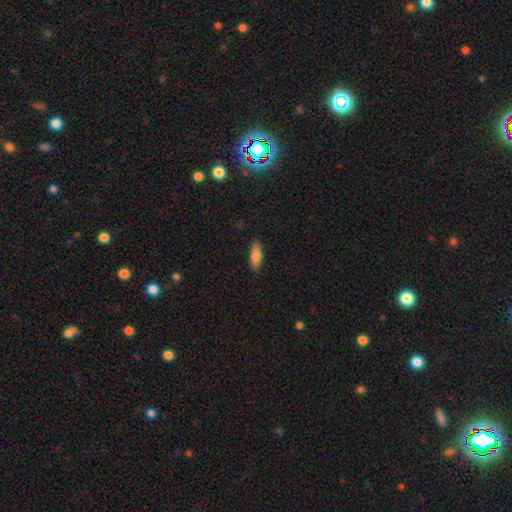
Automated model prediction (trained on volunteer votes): Smooth or featured? Predicted: smooth (p=0.84). How rounded? Predicted: in between (p=0.70). Merging? Predicted: none (p=0.84).